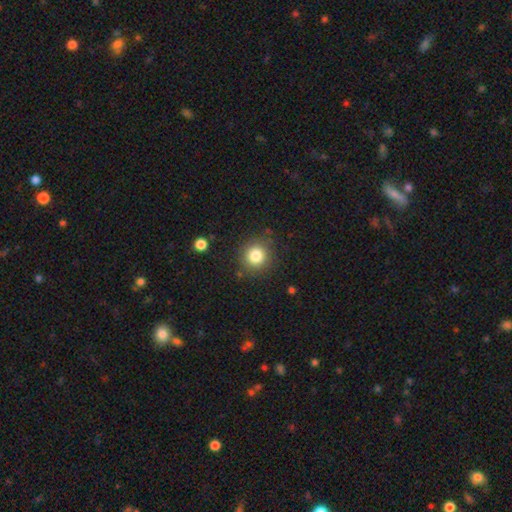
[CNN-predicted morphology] Overall: smooth (82%). How rounded: round (90%). Merging: none (85%).